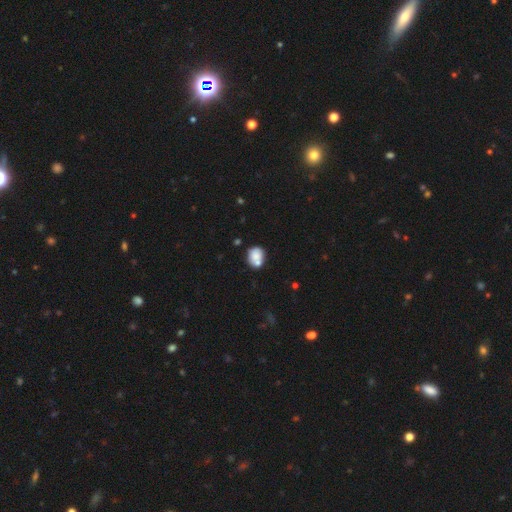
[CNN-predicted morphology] type=smooth (78%); roundness=round (56%); merging=none (48%).